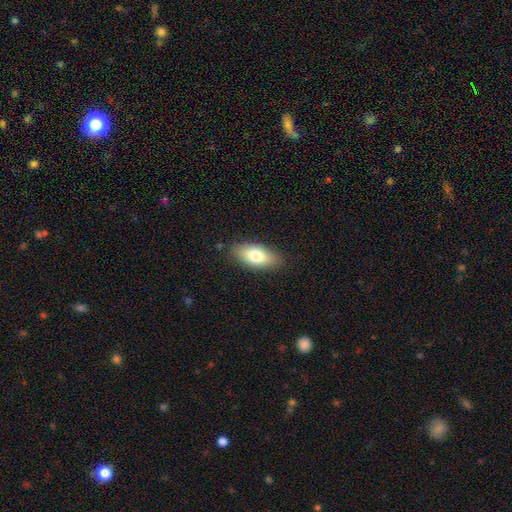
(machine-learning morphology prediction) This is likely a smooth galaxy (78%). How rounded: clearly in between (89%). Merging: clearly none (85%).